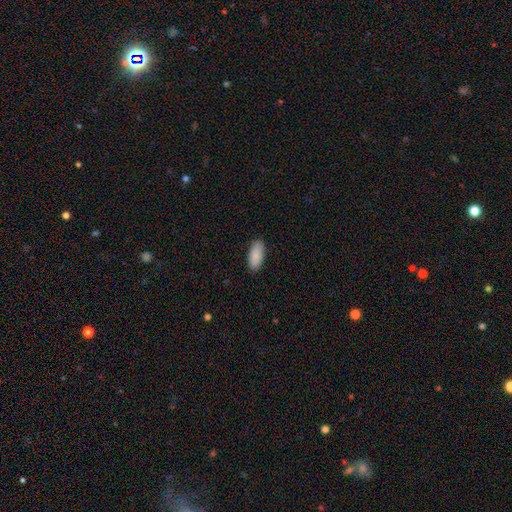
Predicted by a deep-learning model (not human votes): Smooth or featured?
  - smooth: 89% *
  - star or artifact: 6%
  - featured or disk: 5%
How rounded?
  - in between: 89% *
  - cigar-shaped: 9%
  - round: 2%
Merging?
  - none: 88% *
  - minor disturbance: 10%
  - major disturbance: 2%
  - merger: 1%